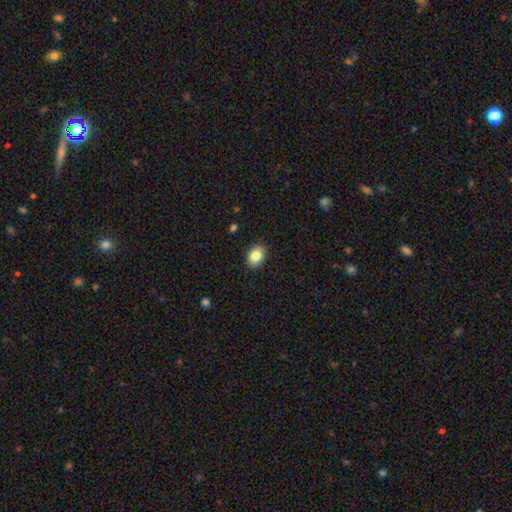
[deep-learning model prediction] A smooth galaxy with no disk features (85%) that is in between round and cigar-shaped (75%).

Vote fractions:
- Smooth or featured? smooth: 85% / star or artifact: 8% / featured or disk: 7%
- How rounded? in between: 75% / round: 24% / cigar-shaped: 1%
- Merging? none: 89% / minor disturbance: 9% / major disturbance: 2% / merger: 1%